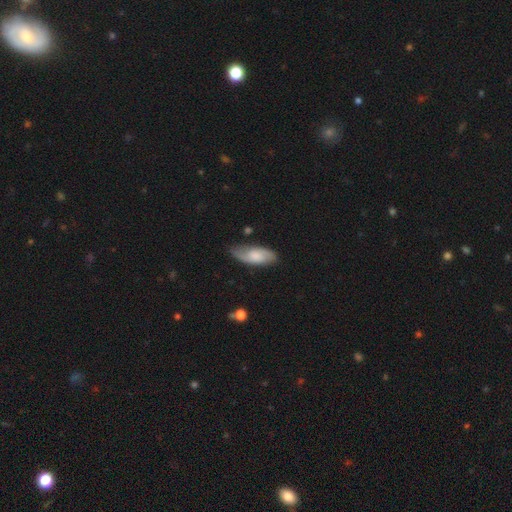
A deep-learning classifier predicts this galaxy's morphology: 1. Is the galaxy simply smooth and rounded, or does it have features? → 52% smooth, 42% featured or disk, 6% star or artifact.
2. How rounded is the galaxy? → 81% in between, 16% cigar-shaped, 2% round.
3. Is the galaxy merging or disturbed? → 73% none, 21% minor disturbance, 5% major disturbance, 2% merger.